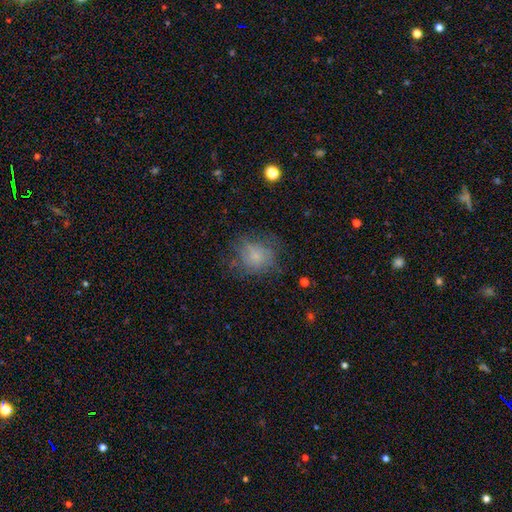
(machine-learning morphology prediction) smooth_or_featured: smooth (p=0.56) [alt: featured or disk p=0.30]
how_rounded: round (p=0.73) [alt: in between p=0.26]
merging: none (p=0.58) [alt: minor disturbance p=0.23]